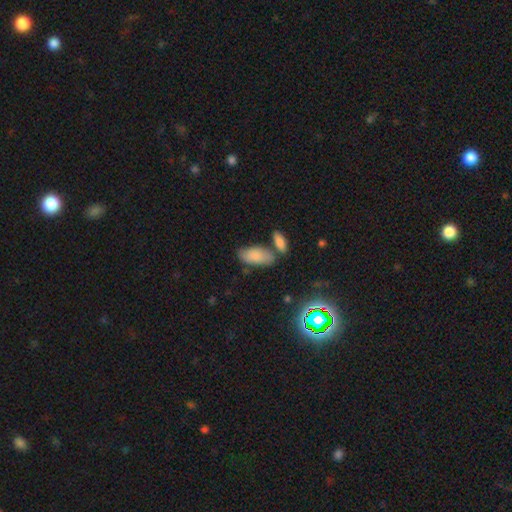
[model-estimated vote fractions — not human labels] This appears to be a smooth galaxy with no disk features (82%) that is in between round and cigar-shaped (91%). Merging: none (60%).